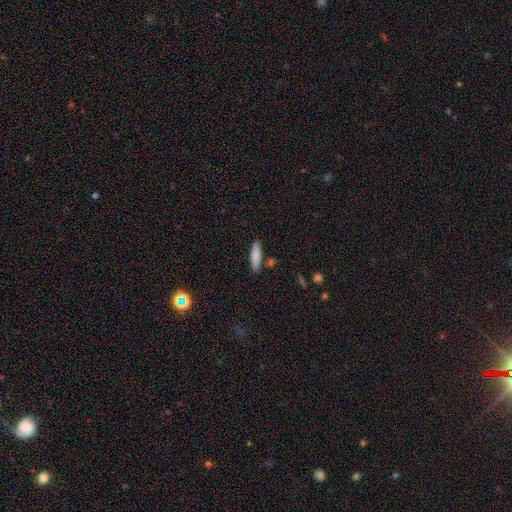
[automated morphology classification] Smooth or featured: smooth — 83% (featured or disk — 10%)
How rounded: cigar-shaped — 71% (in between — 27%)
Merging: none — 83% (minor disturbance — 10%)